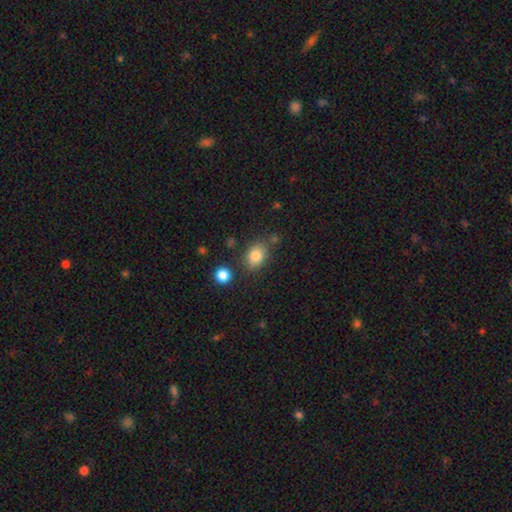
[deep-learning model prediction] Smooth or featured? Predicted: smooth (p=0.82). How rounded? Predicted: in between (p=0.67). Merging? Predicted: none (p=0.73).